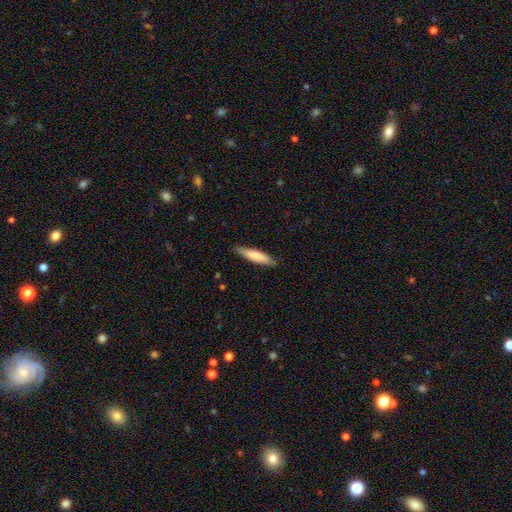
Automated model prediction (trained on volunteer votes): Smooth or featured: smooth — 77% (featured or disk — 18%)
How rounded: cigar-shaped — 83% (in between — 15%)
Merging: none — 88% (minor disturbance — 10%)